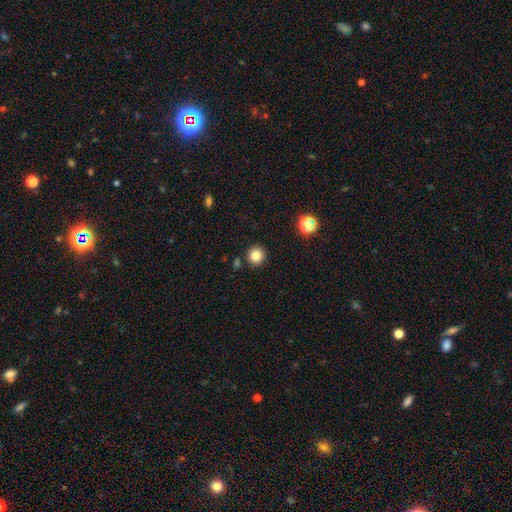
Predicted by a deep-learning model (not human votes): This is clearly a smooth galaxy (82%). How rounded: clearly round (94%). Merging: clearly none (89%).